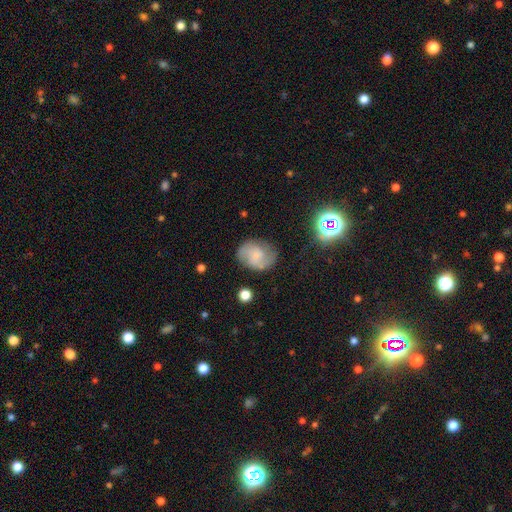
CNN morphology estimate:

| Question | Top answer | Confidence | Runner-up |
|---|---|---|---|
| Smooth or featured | featured or disk | 56% | smooth (34%) |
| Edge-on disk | no | 98% | yes (2%) |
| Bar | no | 57% | weak (36%) |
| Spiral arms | yes | 89% | no (11%) |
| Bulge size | small | 45% | none (33%) |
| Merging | none | 67% | minor disturbance (21%) |